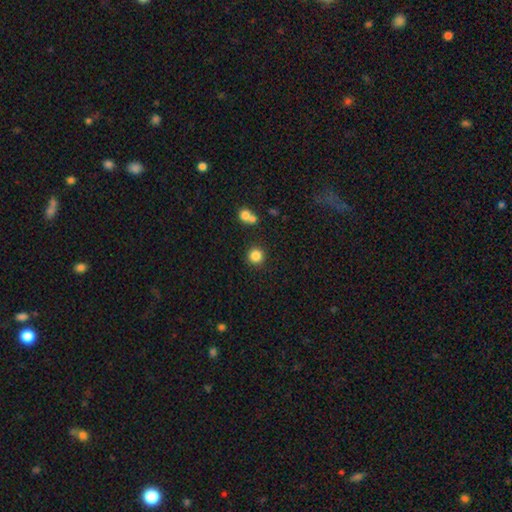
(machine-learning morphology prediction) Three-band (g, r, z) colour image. It shows a smooth galaxy with no disk features (84%) that is round (93%). Merging: none (85%).